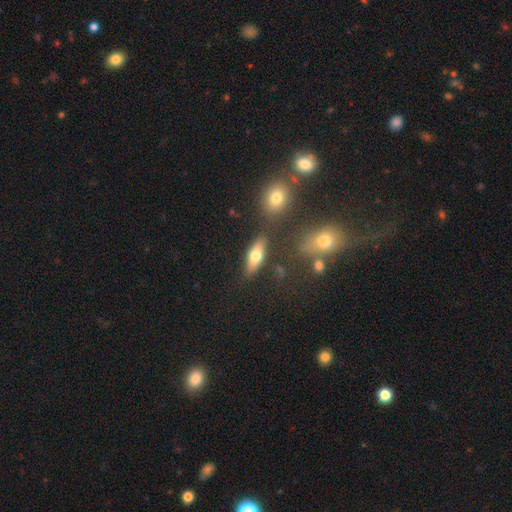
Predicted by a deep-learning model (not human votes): Morphology: type=smooth (61%); roundness=in between (64%); merging=none (78%).